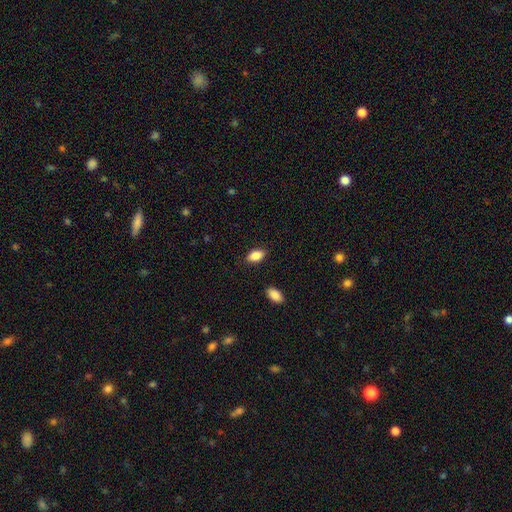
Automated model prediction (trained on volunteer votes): This is clearly a smooth galaxy (87%). How rounded: clearly in between (91%). Merging: clearly none (85%).